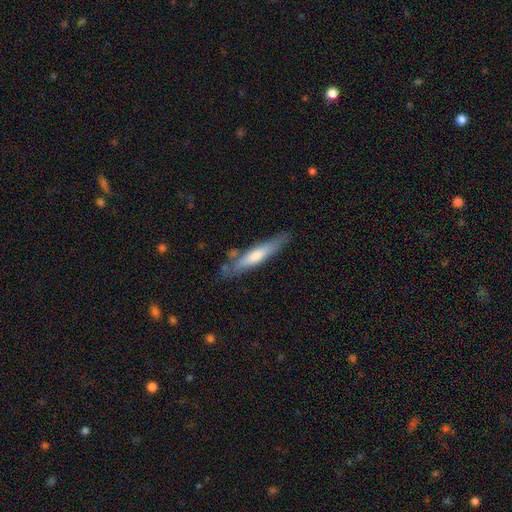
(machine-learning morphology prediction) This appears to be a smooth galaxy with no disk features (47%, tied with featured or disk). Merging: none (78%).